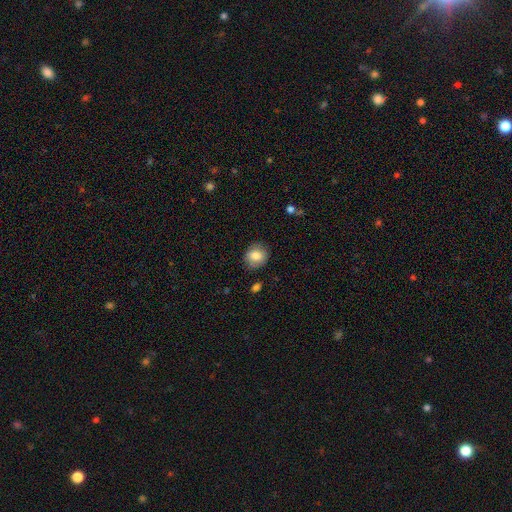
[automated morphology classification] This appears to be a smooth galaxy with no disk features (81%) that is round (75%). Merging: none (83%).